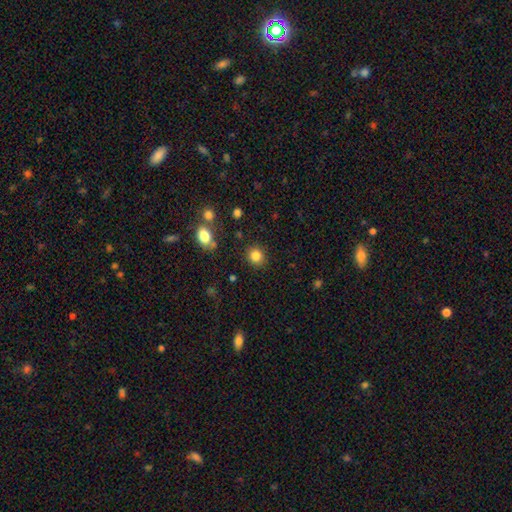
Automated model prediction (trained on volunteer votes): Smooth or featured? smooth (84%)
How rounded? round (85%)
Merging? none (88%)